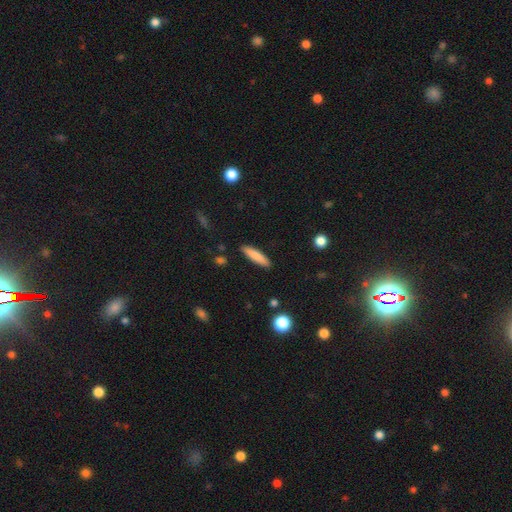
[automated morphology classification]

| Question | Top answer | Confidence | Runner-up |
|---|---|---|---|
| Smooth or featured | smooth | 82% | featured or disk (12%) |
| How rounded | cigar-shaped | 78% | in between (20%) |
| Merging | none | 89% | minor disturbance (8%) |